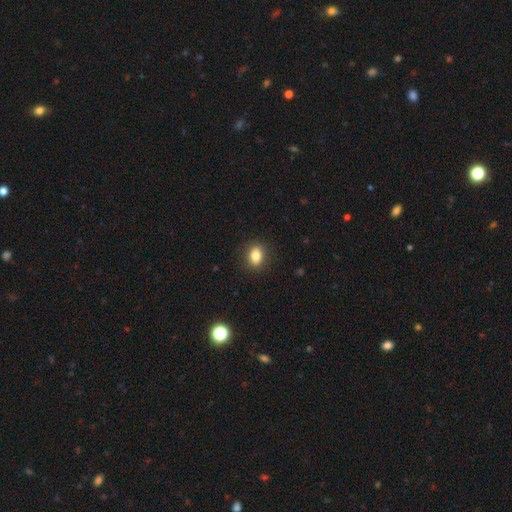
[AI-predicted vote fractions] Smooth or featured?
  - smooth: 84% *
  - star or artifact: 9%
  - featured or disk: 7%
How rounded?
  - in between: 69% *
  - round: 29%
  - cigar-shaped: 2%
Merging?
  - none: 87% *
  - minor disturbance: 9%
  - major disturbance: 3%
  - merger: 1%